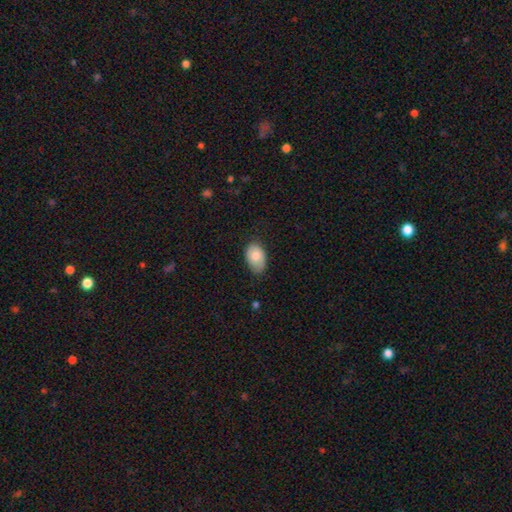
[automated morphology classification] smooth 81%, featured or disk 12%, star or artifact 7%. Down the decision tree: how rounded — in between (89%); merging — none (69%).